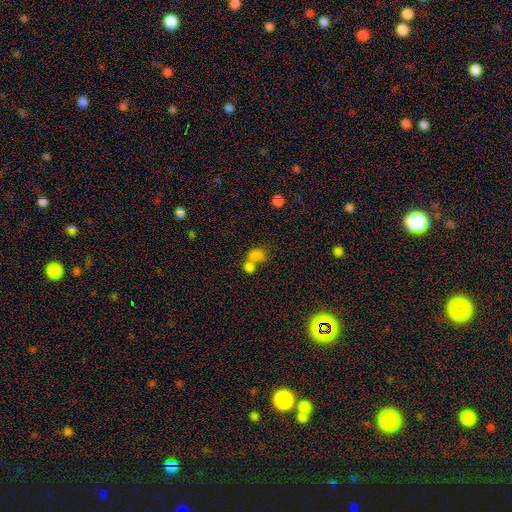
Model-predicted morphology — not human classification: smooth 75%, star or artifact 14%, featured or disk 11%. Down the decision tree: how rounded — in between (58%); merging — merger (63%).